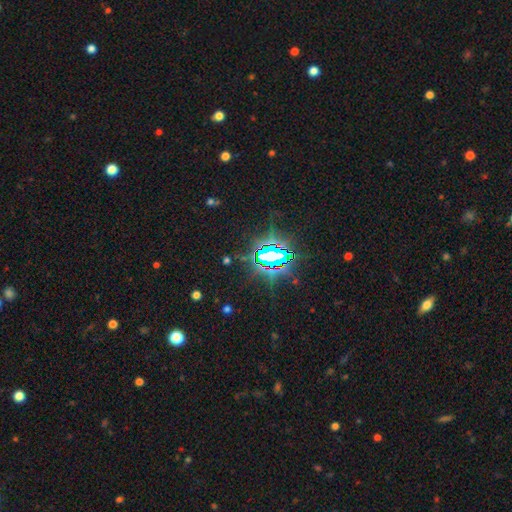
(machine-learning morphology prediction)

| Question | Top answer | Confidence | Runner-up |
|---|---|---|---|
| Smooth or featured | star or artifact | 85% | smooth (8%) |